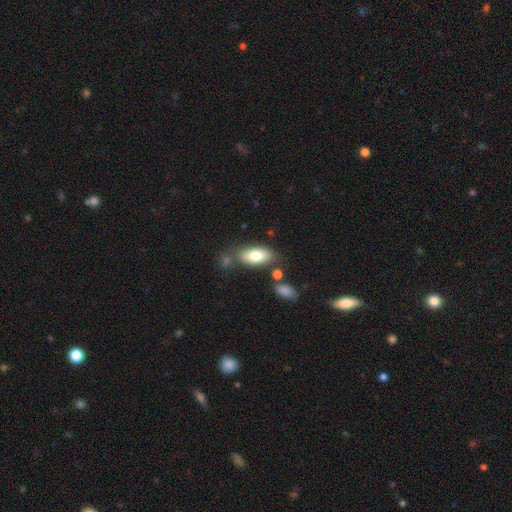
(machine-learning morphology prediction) Overall: smooth (76%). How rounded: in between (89%). Merging: none (71%).